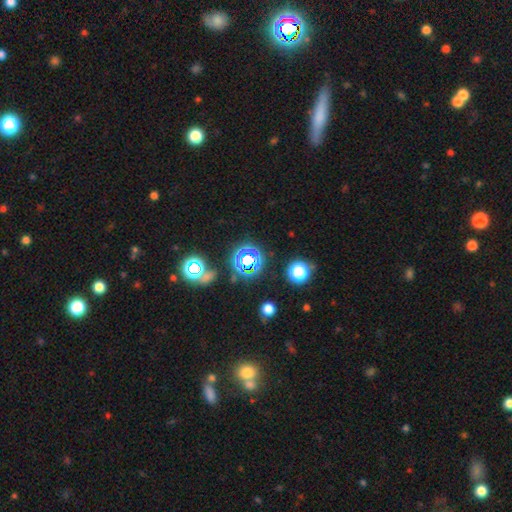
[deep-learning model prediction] Smooth or featured? star or artifact (68%)